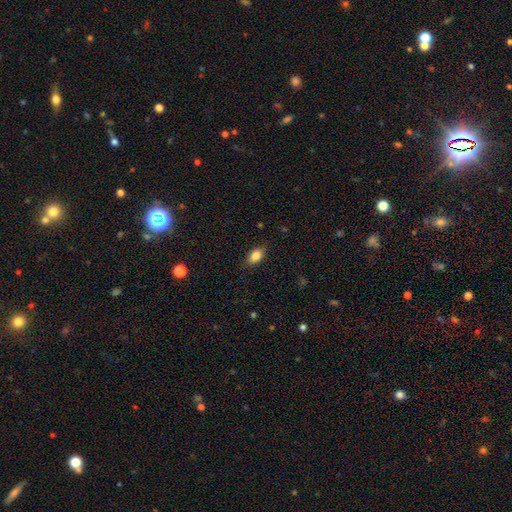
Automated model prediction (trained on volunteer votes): smooth 84%, star or artifact 9%, featured or disk 7%. Down the decision tree: how rounded — in between (86%); merging — none (83%).